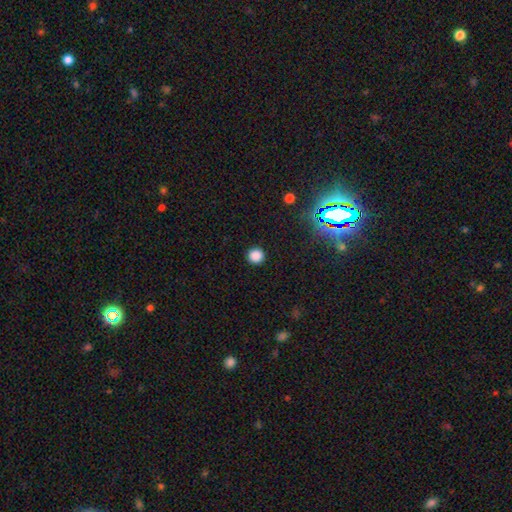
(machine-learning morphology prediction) Smooth or featured? smooth (84%)
How rounded? round (94%)
Merging? none (92%)